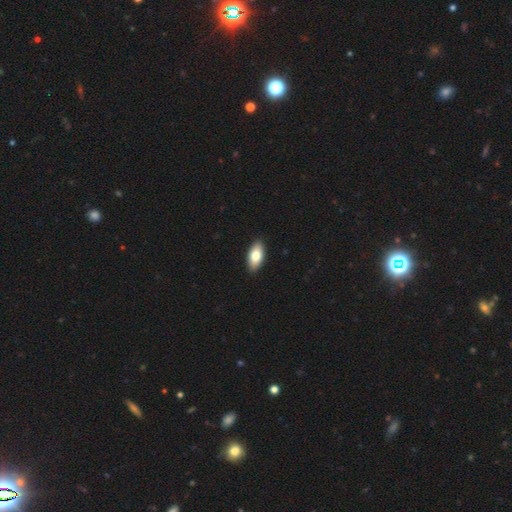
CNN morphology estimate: Smooth or featured: smooth — 79% (featured or disk — 15%)
How rounded: in between — 91% (cigar-shaped — 6%)
Merging: none — 91% (minor disturbance — 7%)